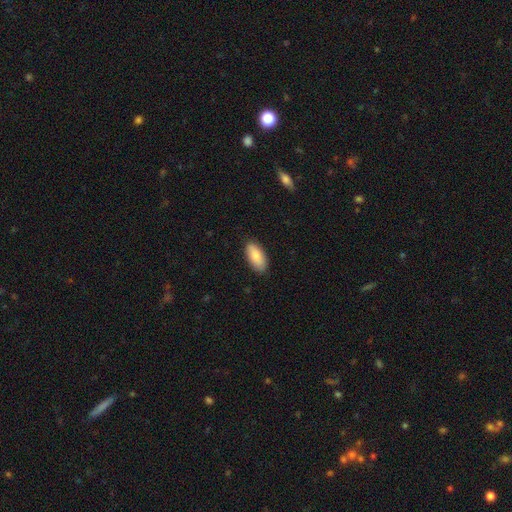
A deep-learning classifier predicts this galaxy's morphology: smooth 86%, featured or disk 9%, star or artifact 6%. Down the decision tree: how rounded — in between (92%); merging — none (87%).